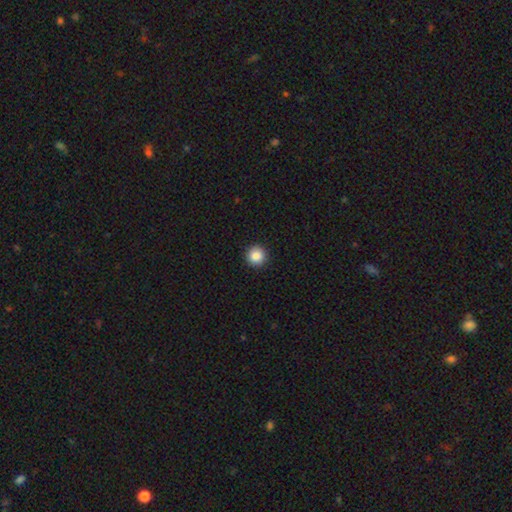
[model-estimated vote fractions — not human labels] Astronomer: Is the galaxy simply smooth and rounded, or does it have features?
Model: smooth — 86%.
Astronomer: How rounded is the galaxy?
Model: round — 95%.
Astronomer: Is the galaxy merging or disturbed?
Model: none — 93%.